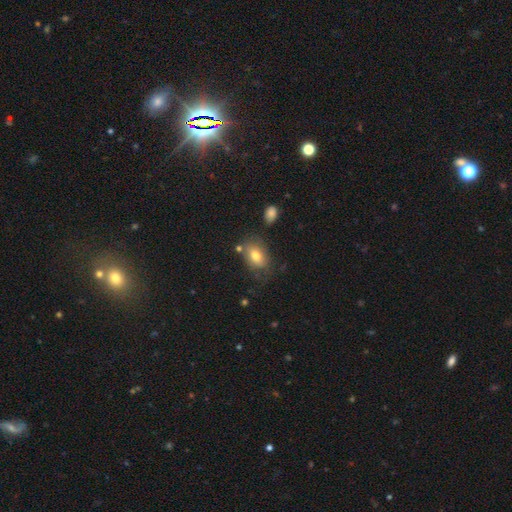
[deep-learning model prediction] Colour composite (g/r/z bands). It shows a smooth galaxy with no disk features (74%) that is in between round and cigar-shaped (83%). Merging: none (65%).